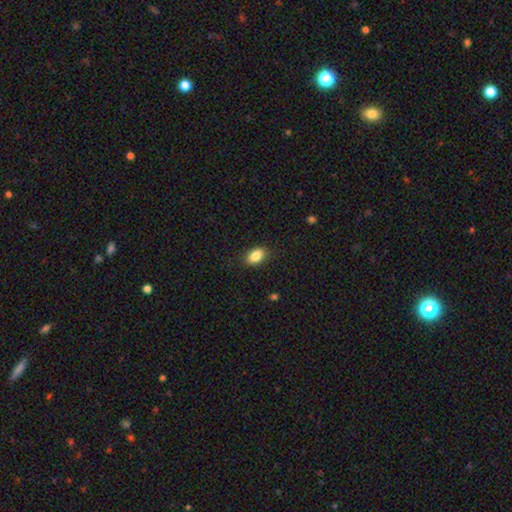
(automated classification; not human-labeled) The model was most divided on "merging": none: 85%, minor disturbance: 11%, major disturbance: 3%, merger: 1%. More confident: how rounded — in between (88%); smooth or featured — smooth (84%).